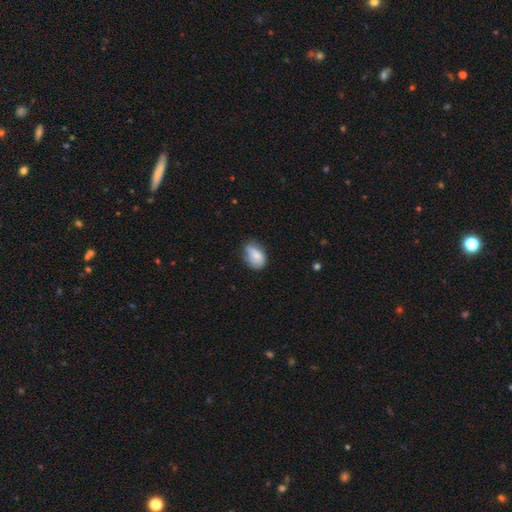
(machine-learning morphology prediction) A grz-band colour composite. It shows a smooth galaxy with no disk features (78%) that is in between round and cigar-shaped (87%). Merging: none (55%).